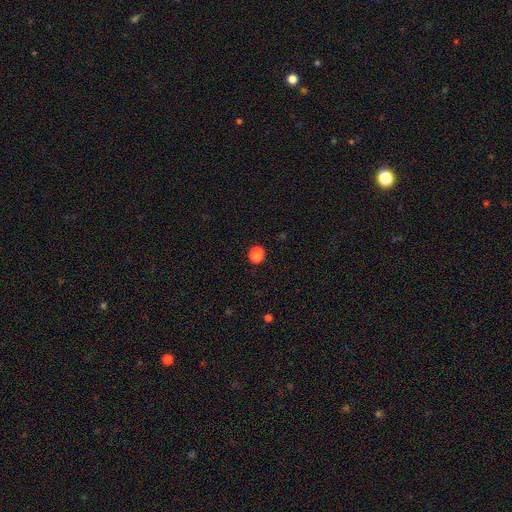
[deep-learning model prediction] smooth_or_featured: smooth (p=0.83) [alt: star or artifact p=0.13]
how_rounded: round (p=0.60) [alt: in between p=0.39]
merging: none (p=0.78) [alt: minor disturbance p=0.12]